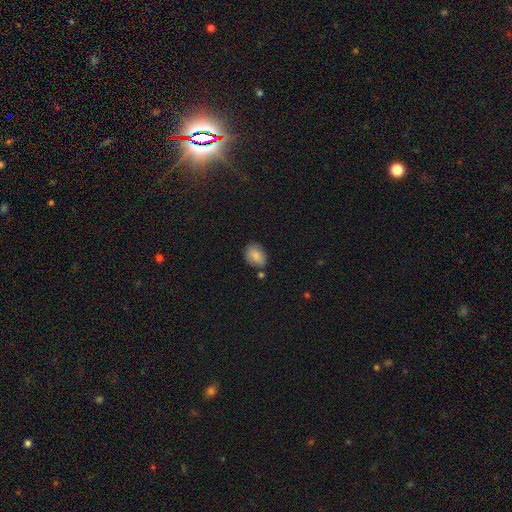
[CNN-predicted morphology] A smooth galaxy with no disk features (84%) that is in between round and cigar-shaped (73%).

Vote fractions:
- Smooth or featured? smooth: 84% / star or artifact: 8% / featured or disk: 8%
- How rounded? in between: 73% / round: 26% / cigar-shaped: 1%
- Merging? none: 71% / minor disturbance: 19% / merger: 6% / major disturbance: 4%